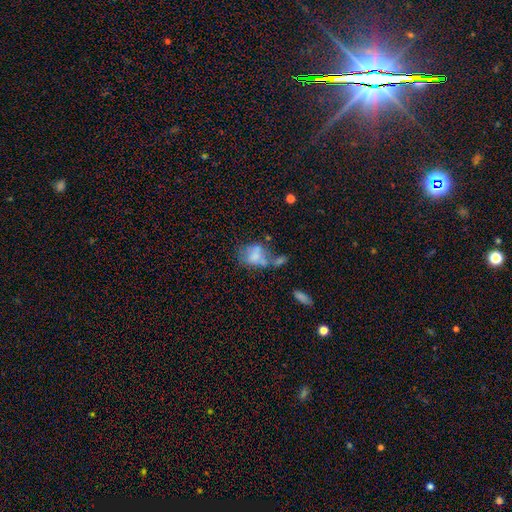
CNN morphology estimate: smooth_or_featured: smooth (p=0.60) [alt: featured or disk p=0.29]
how_rounded: in between (p=0.67) [alt: round p=0.32]
merging: merger (p=0.33) [alt: none p=0.25]